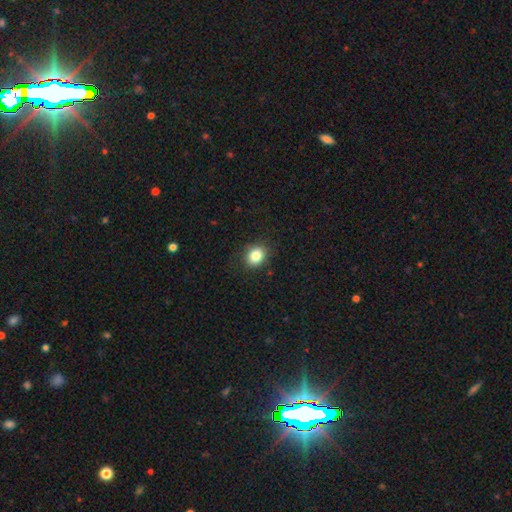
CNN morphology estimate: smooth-or-featured: smooth: 84% | star or artifact: 10% | featured or disk: 6%
  how-rounded: round: 57% | in between: 42% | cigar-shaped: 1%
  merging: none: 86% | minor disturbance: 10% | major disturbance: 3% | merger: 1%